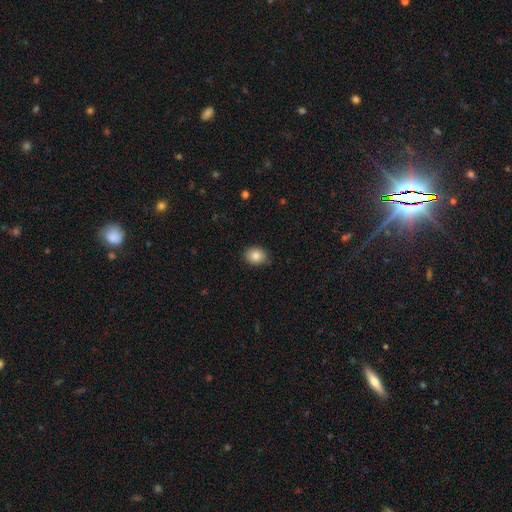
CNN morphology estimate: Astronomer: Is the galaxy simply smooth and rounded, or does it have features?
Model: smooth — 84%.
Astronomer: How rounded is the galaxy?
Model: round — 61% (runner-up: in between, 38%).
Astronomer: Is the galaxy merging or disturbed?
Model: none — 84%.